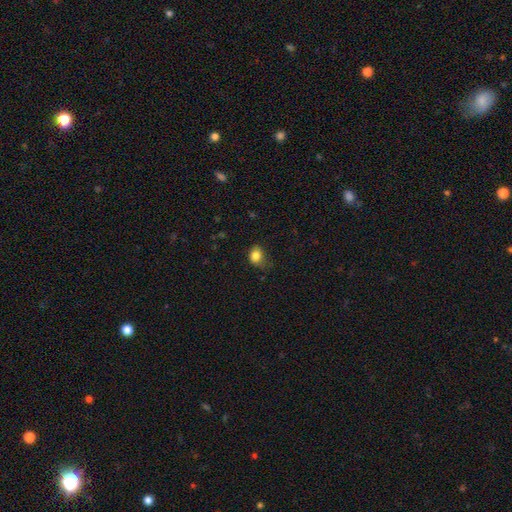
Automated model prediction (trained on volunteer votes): A smooth galaxy with no disk features (83%) that is in between round and cigar-shaped (53%).

Vote fractions:
- Smooth or featured? smooth: 83% / star or artifact: 11% / featured or disk: 6%
- How rounded? in between: 53% / round: 47% / cigar-shaped: 1%
- Merging? none: 60% / minor disturbance: 30% / major disturbance: 8% / merger: 1%